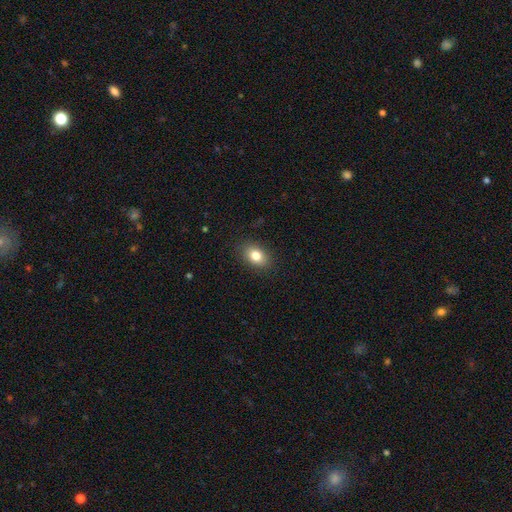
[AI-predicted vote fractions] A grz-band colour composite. It shows a smooth galaxy with no disk features (81%) that is in between round and cigar-shaped (77%). Merging: none (87%).